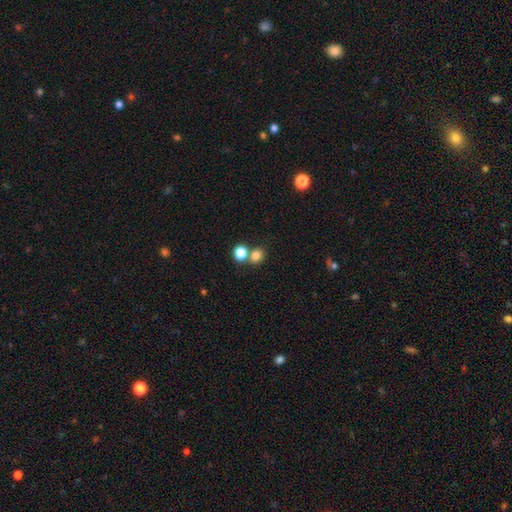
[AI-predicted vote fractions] A smooth galaxy with no disk features (79%) that is round (66%). Merging: none (54%).